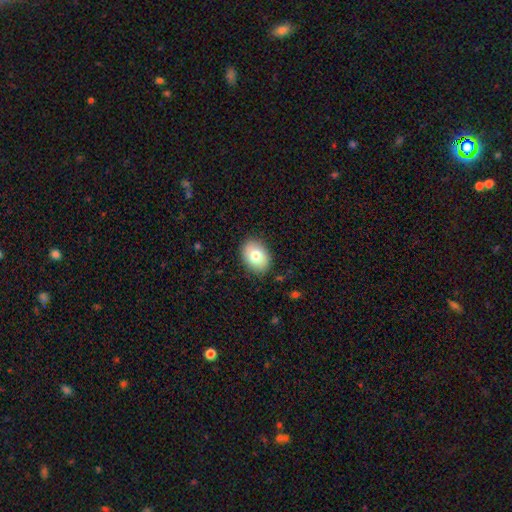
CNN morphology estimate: This appears to be a smooth galaxy with no disk features (78%) that is in between round and cigar-shaped (71%). Merging: none (87%).